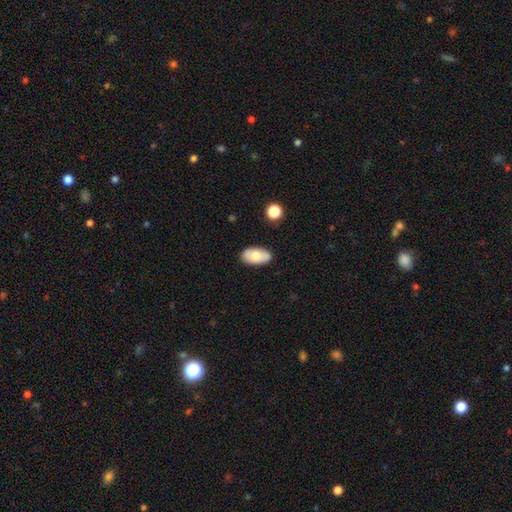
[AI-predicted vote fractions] smooth_or_featured: smooth (p=0.66) [alt: featured or disk p=0.27]
how_rounded: in between (p=0.94) [alt: round p=0.04]
merging: none (p=0.82) [alt: minor disturbance p=0.13]